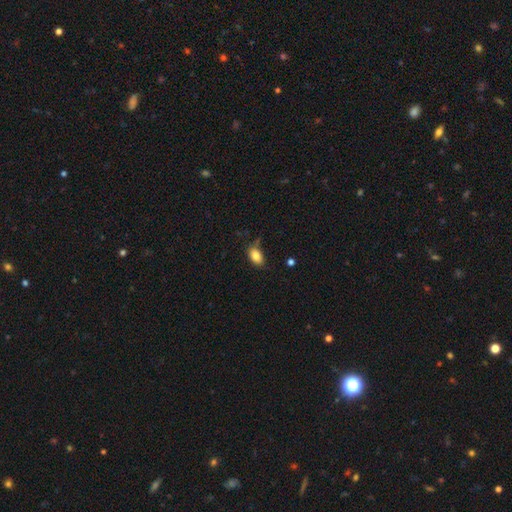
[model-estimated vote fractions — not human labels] smooth 84%, star or artifact 8%, featured or disk 7%. Down the decision tree: how rounded — in between (90%); merging — none (72%).